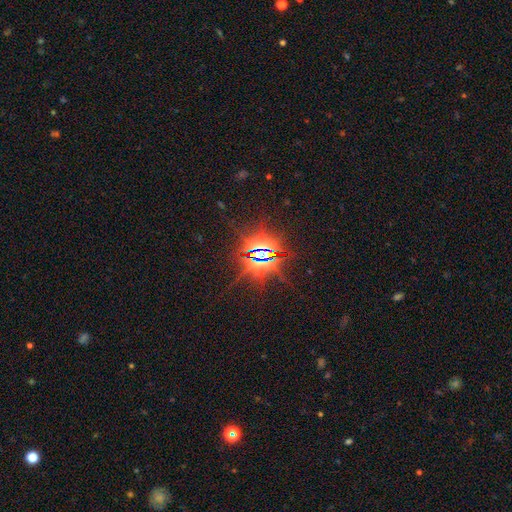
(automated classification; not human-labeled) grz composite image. It shows a star or artifact, not a galaxy (85%).